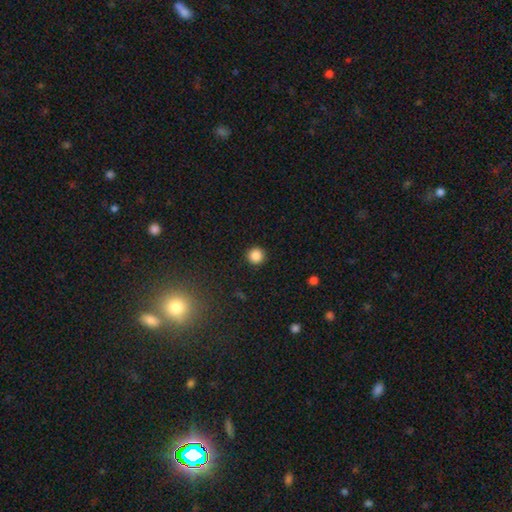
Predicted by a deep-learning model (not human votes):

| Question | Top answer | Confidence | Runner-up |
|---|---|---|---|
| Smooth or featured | smooth | 86% | star or artifact (11%) |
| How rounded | round | 95% | in between (4%) |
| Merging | none | 92% | minor disturbance (5%) |